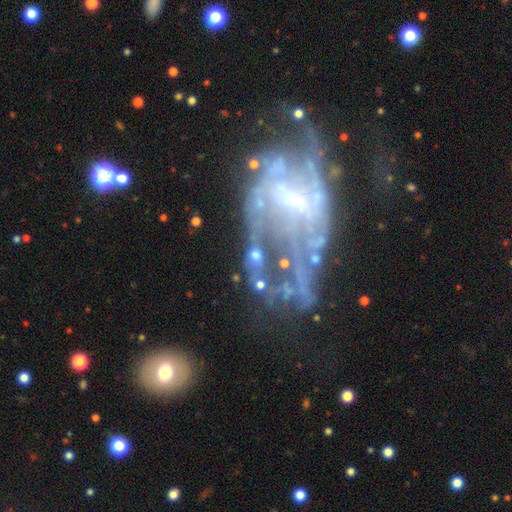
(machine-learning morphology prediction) smooth-or-featured: featured or disk: 62% | star or artifact: 23% | smooth: 16%
  disk-edge-on: no: 93% | yes: 7%
    bar: no: 60% | weak: 24% | strong: 16%
    has-spiral-arms: yes: 54% | no: 46%
    bulge-size: small: 48% | none: 23% | moderate: 22% | large: 4% | dominant: 3%
  merging: none: 37% | major disturbance: 30% | minor disturbance: 17% | merger: 16%